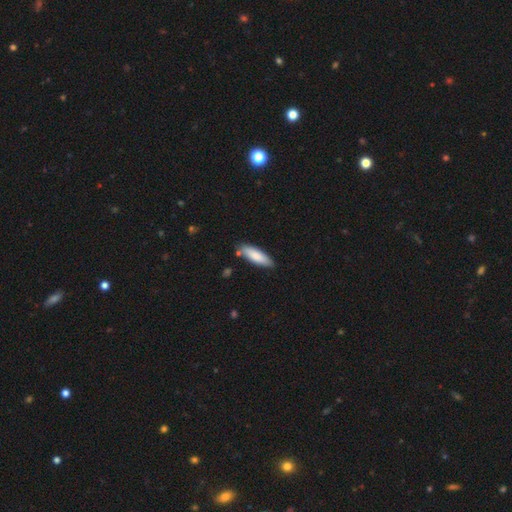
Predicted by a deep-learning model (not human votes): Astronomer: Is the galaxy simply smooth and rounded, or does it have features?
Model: smooth — 83%.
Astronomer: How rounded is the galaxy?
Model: cigar-shaped — 52% (runner-up: in between, 47%).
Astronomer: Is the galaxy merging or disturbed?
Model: none — 80%.